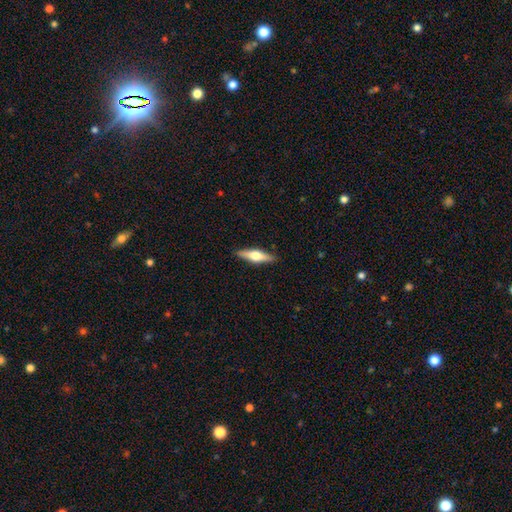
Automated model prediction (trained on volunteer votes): Q: Smooth or featured?
A: featured or disk (52%); runner-up: smooth (43%)
Q: Edge-on disk?
A: yes (95%); runner-up: no (5%)
Q: Merging?
A: none (90%); runner-up: minor disturbance (8%)